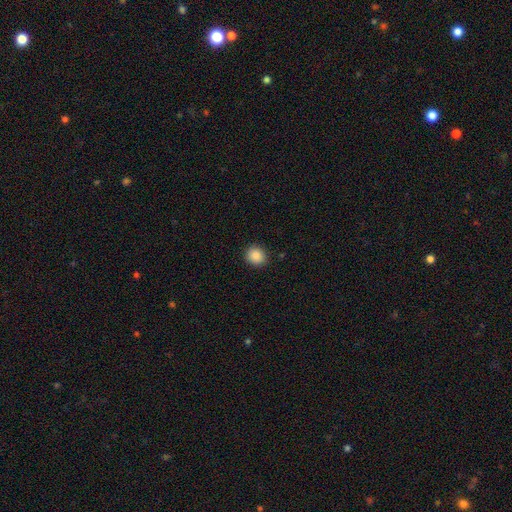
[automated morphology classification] Smooth or featured? smooth (88%)
How rounded? round (78%)
Merging? none (89%)